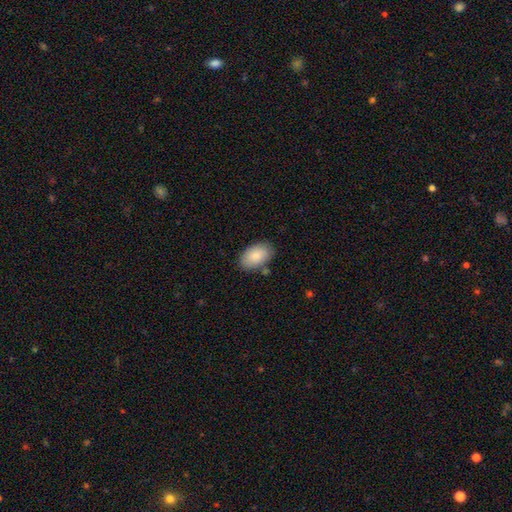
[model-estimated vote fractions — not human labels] smooth-or-featured: smooth: 86% | featured or disk: 8% | star or artifact: 6%
  how-rounded: in between: 93% | round: 5% | cigar-shaped: 1%
  merging: none: 79% | minor disturbance: 14% | merger: 4% | major disturbance: 3%